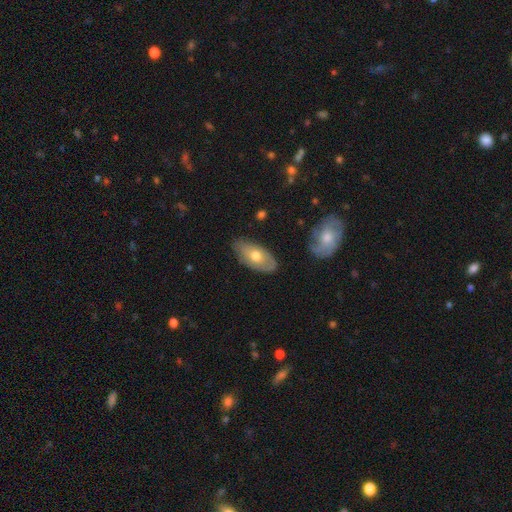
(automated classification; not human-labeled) Morphology: type=smooth (56%); roundness=in between (91%); merging=none (76%).